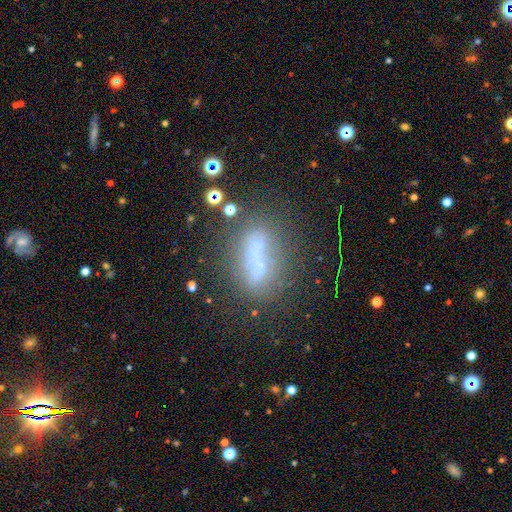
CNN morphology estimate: This appears to be a featured or disk galaxy (43%). Merging: none (55%).